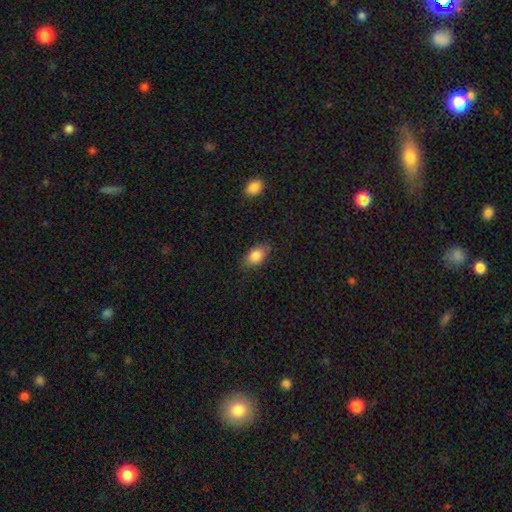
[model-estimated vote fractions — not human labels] This is clearly a smooth galaxy (85%). How rounded: clearly in between (87%). Merging: likely none (79%).